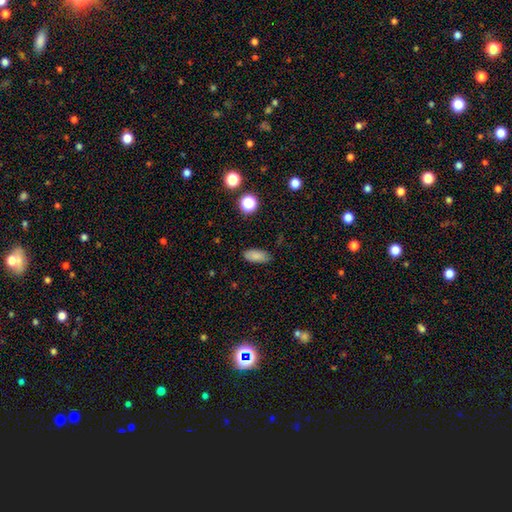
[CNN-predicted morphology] Smooth or featured? smooth (84%)
How rounded? in between (85%)
Merging? none (82%)